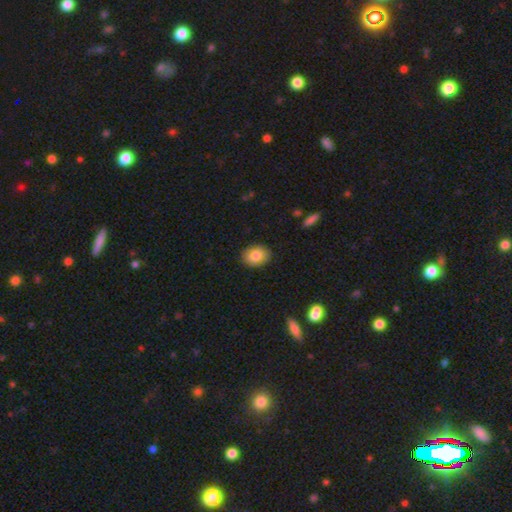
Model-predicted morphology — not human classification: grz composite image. It shows a smooth galaxy with no disk features (82%) that is in between round and cigar-shaped (63%). Merging: none (89%).